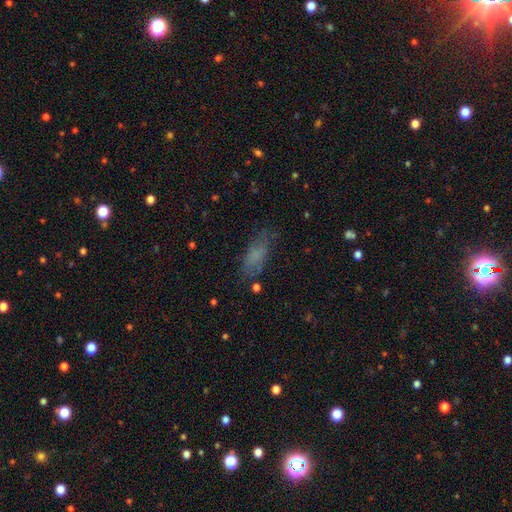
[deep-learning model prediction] smooth-or-featured: smooth: 70% | featured or disk: 17% | star or artifact: 13%
  how-rounded: in between: 74% | cigar-shaped: 23% | round: 3%
  merging: none: 63% | minor disturbance: 22% | major disturbance: 12% | merger: 3%